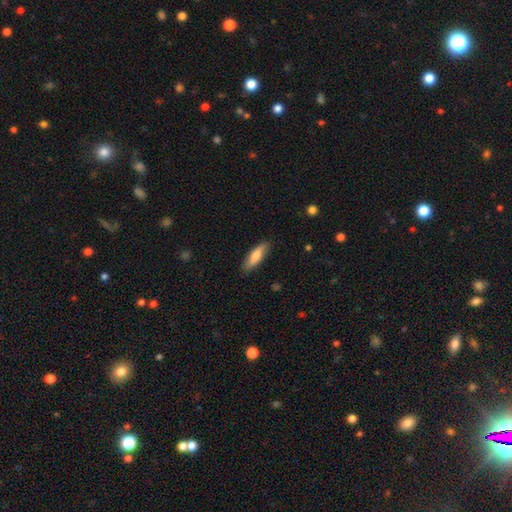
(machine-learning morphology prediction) Smooth or featured? smooth (73%)
How rounded? cigar-shaped (55%)
Merging? none (85%)